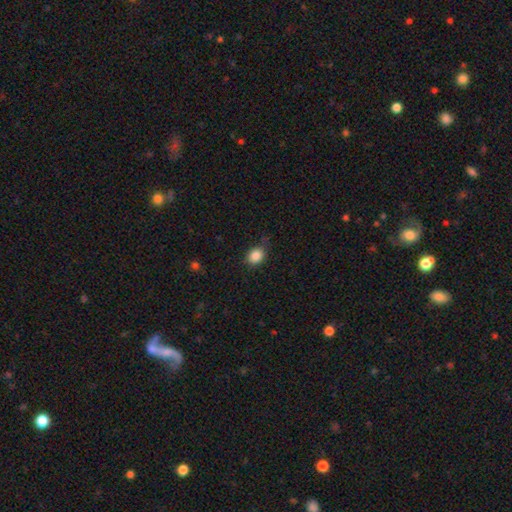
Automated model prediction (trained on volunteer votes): A smooth galaxy with no disk features (86%) that is round (53%).

Vote fractions:
- Smooth or featured? smooth: 86% / star or artifact: 10% / featured or disk: 4%
- How rounded? round: 53% / in between: 46% / cigar-shaped: 1%
- Merging? none: 76% / minor disturbance: 19% / major disturbance: 4% / merger: 1%